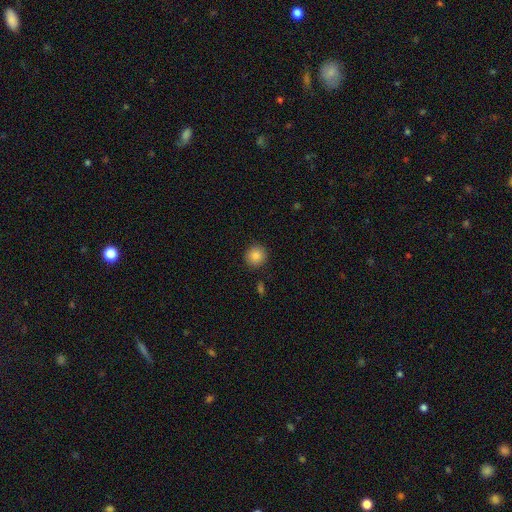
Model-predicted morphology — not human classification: A smooth galaxy with no disk features (86%) that is round (92%). Merging: none (90%).